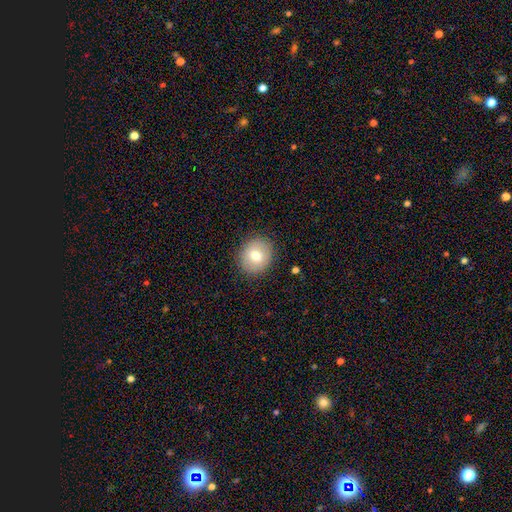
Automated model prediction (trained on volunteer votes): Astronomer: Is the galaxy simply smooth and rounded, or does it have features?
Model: smooth — 75%.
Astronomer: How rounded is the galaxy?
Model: round — 79%.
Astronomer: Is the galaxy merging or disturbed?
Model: none — 88%.